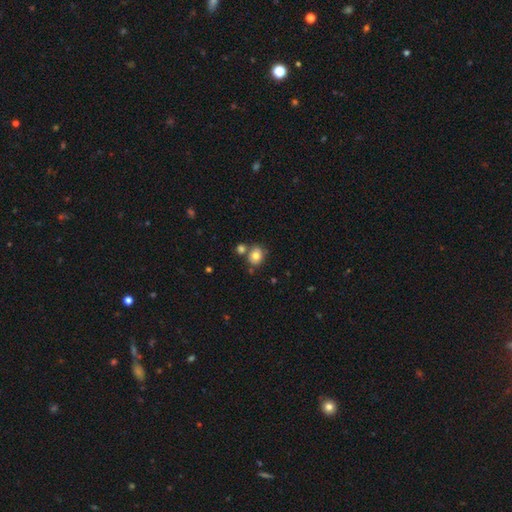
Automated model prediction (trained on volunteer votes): smooth 78%, featured or disk 12%, star or artifact 11%. Down the decision tree: how rounded — round (68%); merging — none (65%).